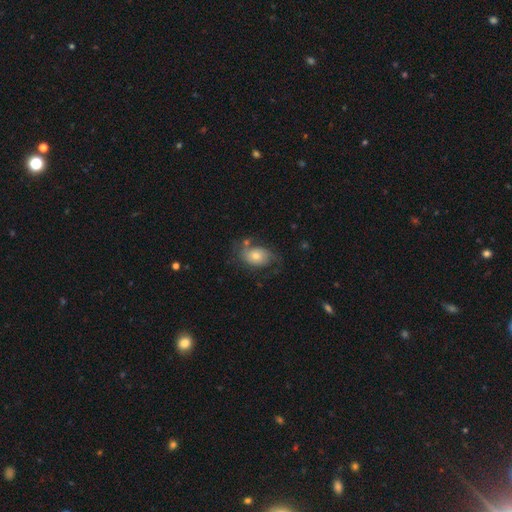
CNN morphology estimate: The model was most divided on "smooth or featured": featured or disk: 46%, smooth: 44%, star or artifact: 10%. More confident: merging — none (54%).